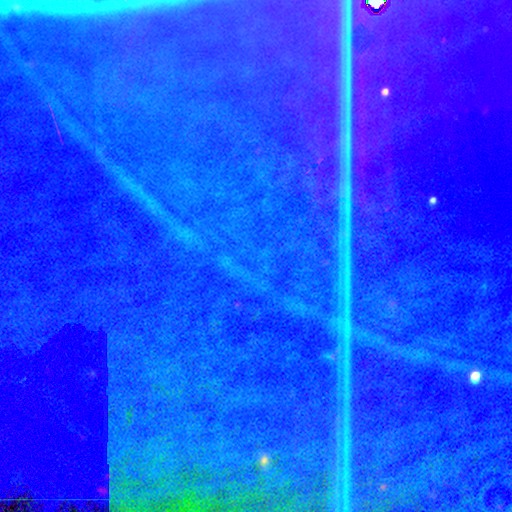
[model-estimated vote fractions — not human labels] Smooth or featured? Predicted: star or artifact (p=0.88).